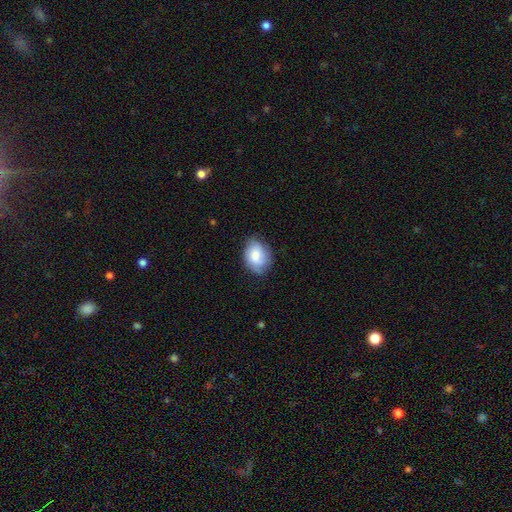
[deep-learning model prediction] Morphology: type=smooth (74%); roundness=in between (72%); merging=none (75%).